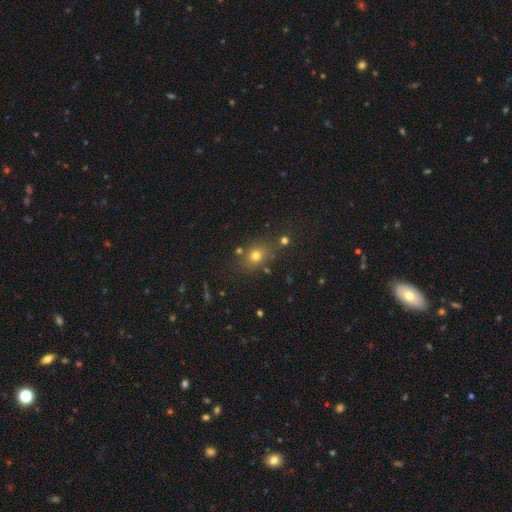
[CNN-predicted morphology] This is likely a smooth galaxy (73%). How rounded: possibly round (56%). Merging: likely none (75%).